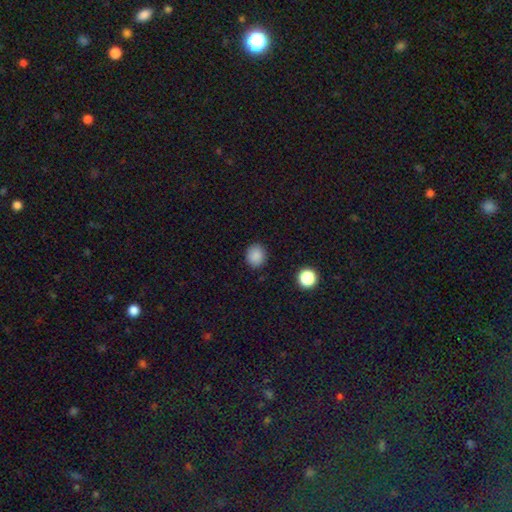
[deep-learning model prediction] This appears to be a smooth galaxy with no disk features (86%) that is round (74%). Merging: none (88%).